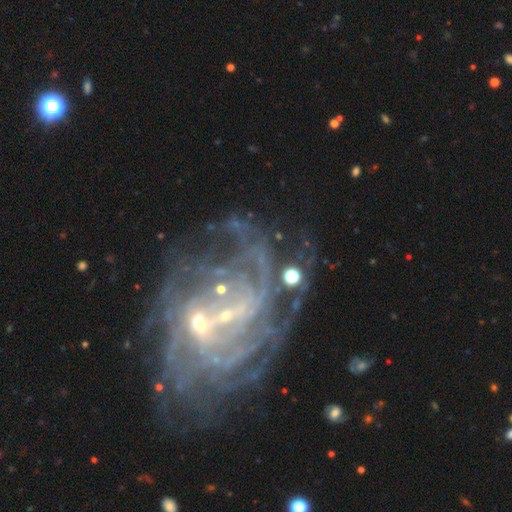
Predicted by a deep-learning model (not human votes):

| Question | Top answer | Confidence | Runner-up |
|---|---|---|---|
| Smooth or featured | featured or disk | 83% | star or artifact (11%) |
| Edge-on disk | no | 97% | yes (3%) |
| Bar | weak | 41% | no (40%) |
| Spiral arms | yes | 89% | no (11%) |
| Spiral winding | tight | 49% | medium (35%) |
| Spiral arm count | can't tell | 35% | 4 (16%) |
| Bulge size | small | 74% | moderate (13%) |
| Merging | none | 42% | major disturbance (24%) |